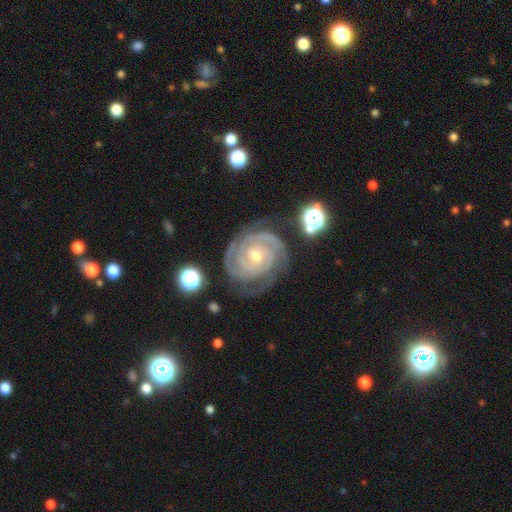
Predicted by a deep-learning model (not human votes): Q: Smooth or featured?
A: featured or disk (92%); runner-up: star or artifact (5%)
Q: Edge-on disk?
A: no (98%); runner-up: yes (2%)
Q: Bar?
A: no (66%); runner-up: weak (25%)
Q: Spiral arms?
A: yes (98%); runner-up: no (2%)
Q: Spiral winding?
A: tight (82%); runner-up: medium (16%)
Q: Spiral arm count?
A: 2 (42%); runner-up: 3 (28%)
Q: Bulge size?
A: small (53%); runner-up: moderate (44%)
Q: Merging?
A: none (75%); runner-up: minor disturbance (17%)